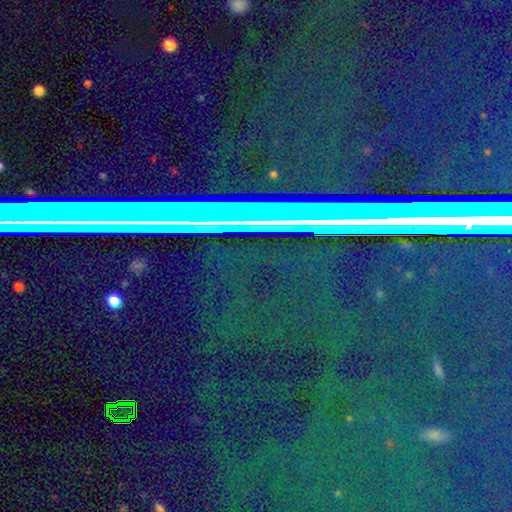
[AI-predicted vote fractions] This is likely a star or artifact rather than a galaxy (75%).